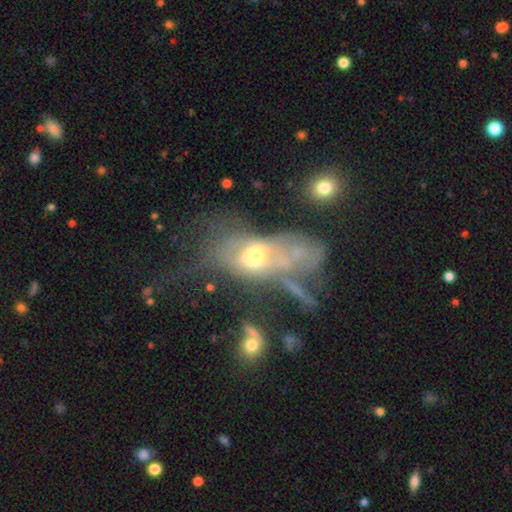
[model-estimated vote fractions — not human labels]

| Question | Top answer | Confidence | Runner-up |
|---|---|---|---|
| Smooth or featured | featured or disk | 54% | smooth (34%) |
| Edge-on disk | no | 86% | yes (14%) |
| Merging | major disturbance | 44% | merger (26%) |